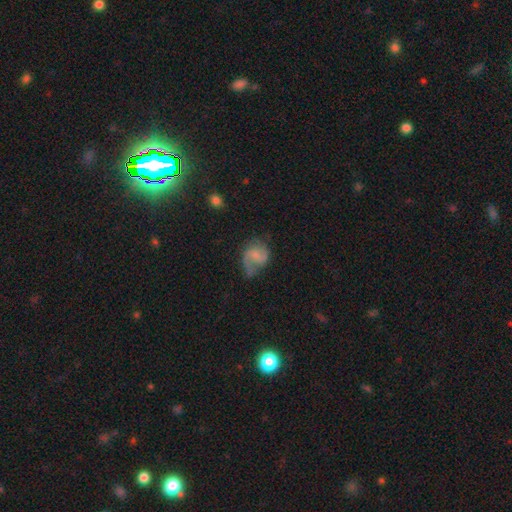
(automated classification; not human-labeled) featured or disk 60%, smooth 32%, star or artifact 8%. Down the decision tree: edge-on disk — no (98%); bar — weak (46%); spiral arms — yes (87%); spiral arm count — 2 (72%); spiral winding — medium (43%); bulge size — small (43%); merging — none (44%).